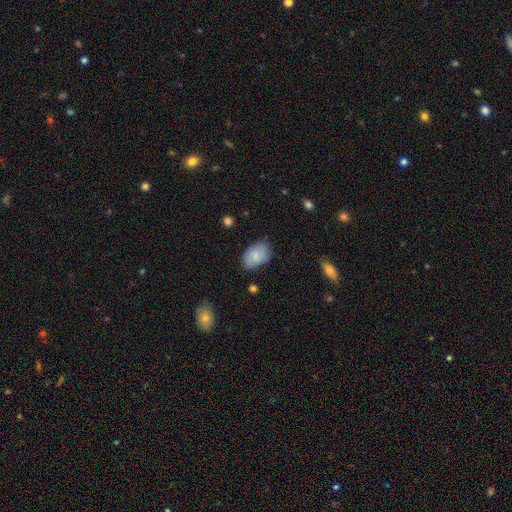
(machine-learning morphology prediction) Smooth or featured?
  - smooth: 76% *
  - featured or disk: 17%
  - star or artifact: 7%
How rounded?
  - in between: 89% *
  - round: 9%
  - cigar-shaped: 1%
Merging?
  - none: 73% *
  - minor disturbance: 21%
  - major disturbance: 4%
  - merger: 2%